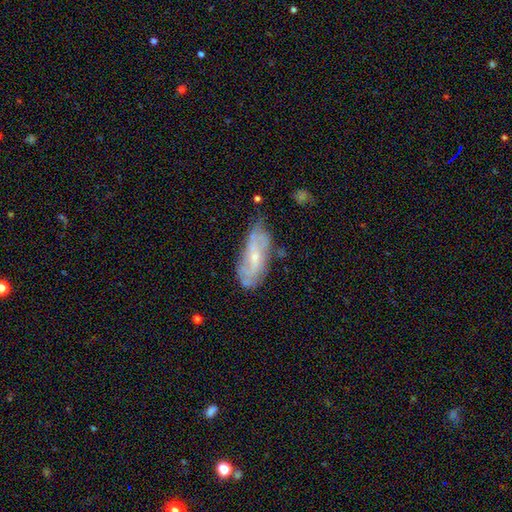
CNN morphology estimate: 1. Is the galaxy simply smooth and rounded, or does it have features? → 64% featured or disk, 24% smooth, 12% star or artifact.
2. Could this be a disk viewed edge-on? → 83% no, 17% yes.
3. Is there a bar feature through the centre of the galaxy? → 48% no, 39% weak, 12% strong.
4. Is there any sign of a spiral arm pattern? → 81% yes, 19% no.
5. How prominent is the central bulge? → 61% small, 33% moderate, 4% none, 1% large, 1% dominant.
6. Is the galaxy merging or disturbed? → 67% none, 23% minor disturbance, 7% major disturbance, 3% merger.